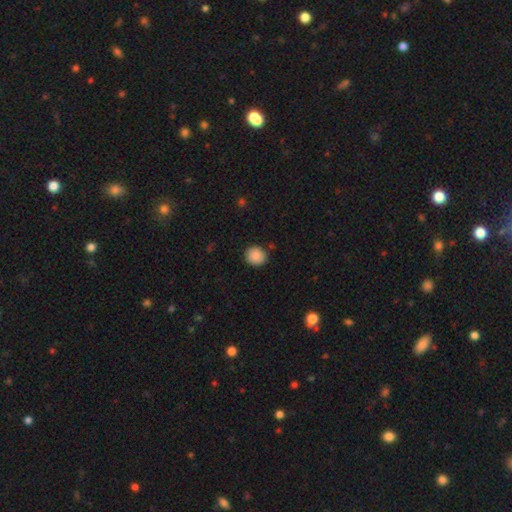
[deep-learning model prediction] Overall: smooth (89%). How rounded: round (84%). Merging: none (89%).